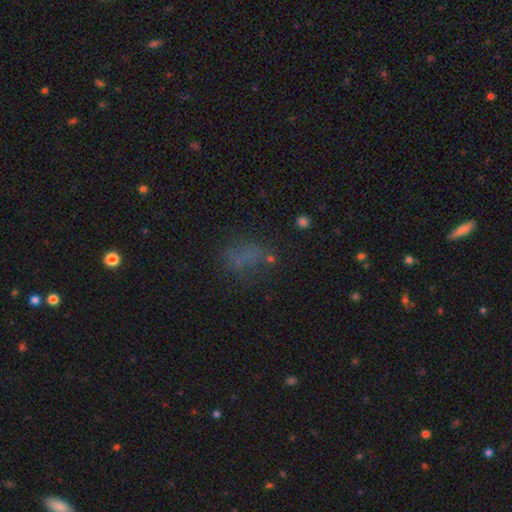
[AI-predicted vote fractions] Smooth or featured? smooth (54%)
How rounded? in between (68%)
Merging? none (58%)